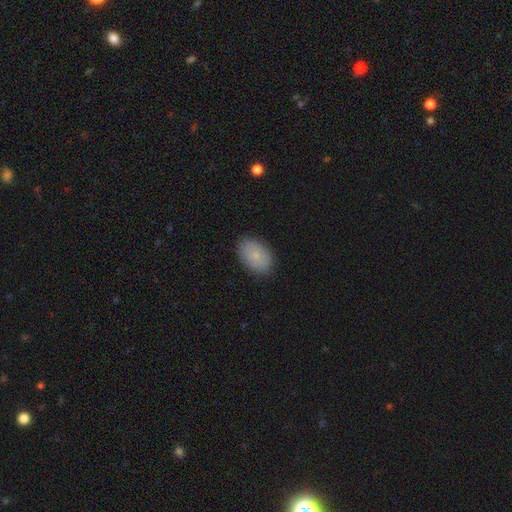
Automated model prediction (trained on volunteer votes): This appears to be a smooth galaxy with no disk features (82%) that is in between round and cigar-shaped (87%). Merging: none (86%).